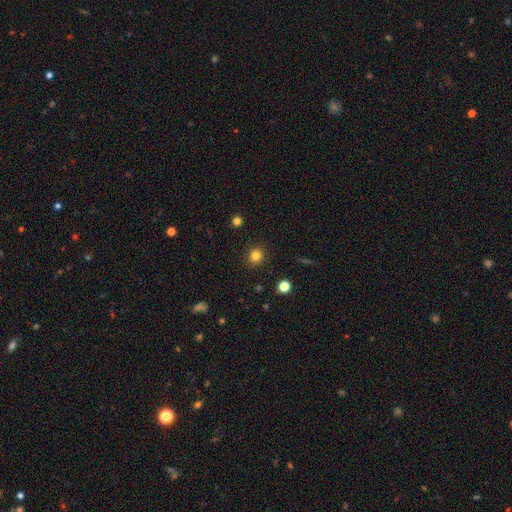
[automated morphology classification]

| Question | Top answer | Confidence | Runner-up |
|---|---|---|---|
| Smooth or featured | smooth | 81% | star or artifact (13%) |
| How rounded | round | 85% | in between (14%) |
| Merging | none | 90% | minor disturbance (7%) |